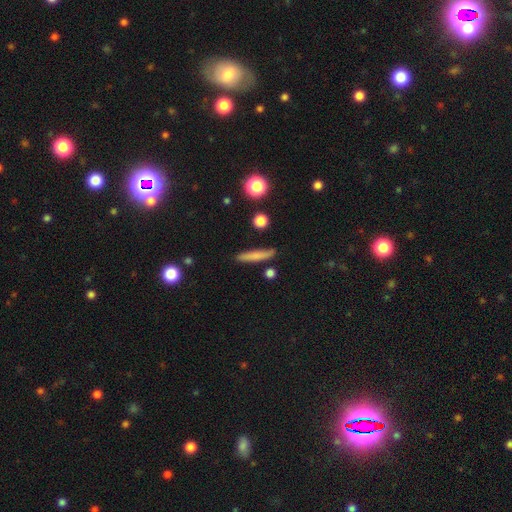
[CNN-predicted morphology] smooth_or_featured: smooth (p=0.72) [alt: featured or disk p=0.20]
how_rounded: cigar-shaped (p=0.90) [alt: in between p=0.07]
merging: none (p=0.86) [alt: minor disturbance p=0.09]